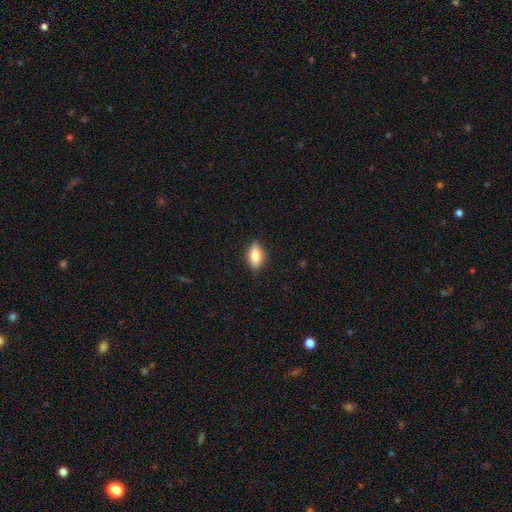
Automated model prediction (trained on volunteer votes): The model was most divided on "smooth or featured": smooth: 72%, featured or disk: 20%, star or artifact: 8%. More confident: merging — none (84%); how rounded — in between (83%).